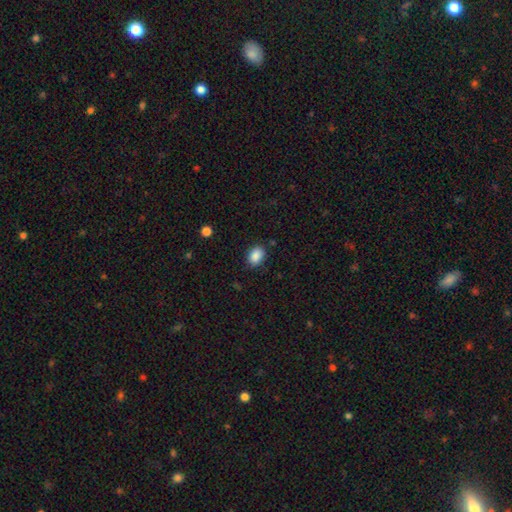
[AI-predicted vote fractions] A smooth galaxy with no disk features (88%) that is in between round and cigar-shaped (70%).

Vote fractions:
- Smooth or featured? smooth: 88% / star or artifact: 8% / featured or disk: 3%
- How rounded? in between: 70% / round: 29% / cigar-shaped: 1%
- Merging? none: 84% / minor disturbance: 12% / major disturbance: 3% / merger: 1%